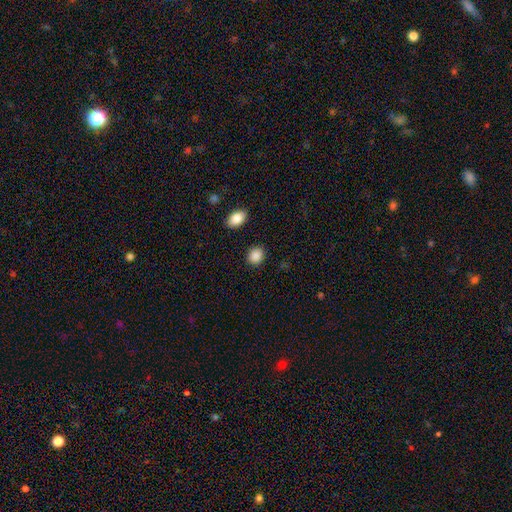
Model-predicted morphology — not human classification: type=smooth (89%); roundness=round (65%); merging=none (88%).